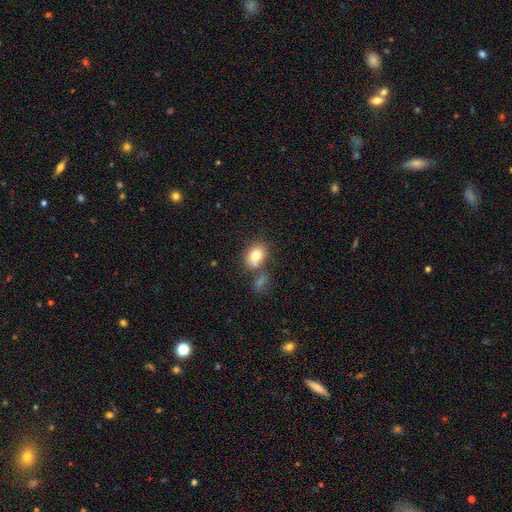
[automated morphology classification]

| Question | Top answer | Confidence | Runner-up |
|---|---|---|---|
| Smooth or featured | smooth | 79% | featured or disk (12%) |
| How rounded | in between | 63% | round (35%) |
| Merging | none | 56% | merger (25%) |